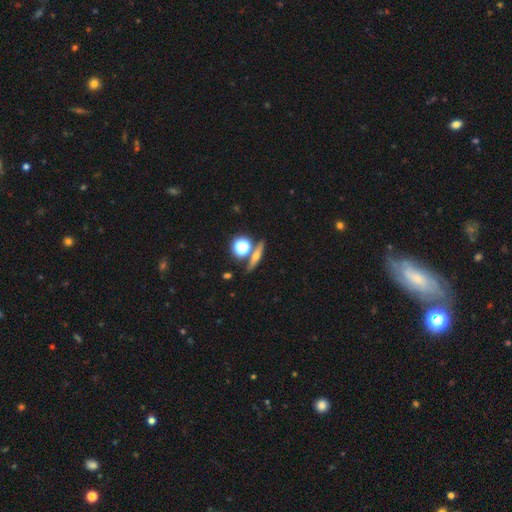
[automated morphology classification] smooth_or_featured: featured or disk (p=0.45) [alt: smooth p=0.38]
merging: none (p=0.78) [alt: merger p=0.11]